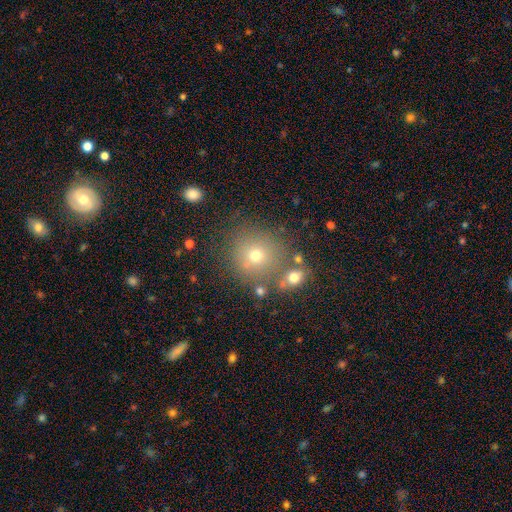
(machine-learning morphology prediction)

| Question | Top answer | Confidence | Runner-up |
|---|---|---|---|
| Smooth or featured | smooth | 68% | star or artifact (19%) |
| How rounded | round | 89% | in between (10%) |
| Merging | none | 71% | merger (14%) |